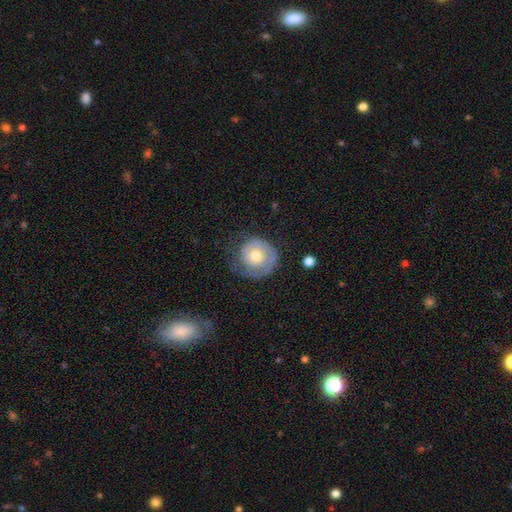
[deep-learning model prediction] Smooth or featured? featured or disk (56%)
Edge-on disk? no (97%)
Bar? no (84%)
Spiral arms? yes (77%)
Bulge size? moderate (69%)
Merging? none (61%)